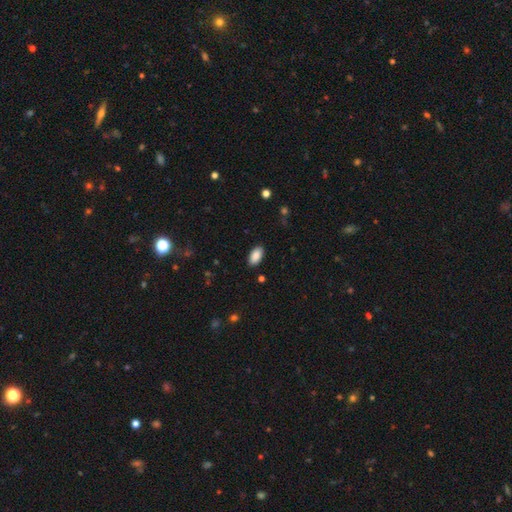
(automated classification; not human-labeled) smooth_or_featured: smooth (p=0.90) [alt: star or artifact p=0.07]
how_rounded: in between (p=0.95) [alt: cigar-shaped p=0.03]
merging: none (p=0.89) [alt: minor disturbance p=0.08]